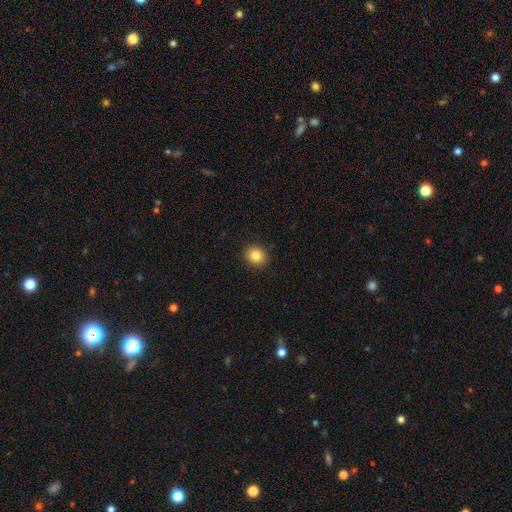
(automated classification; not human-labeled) This appears to be a smooth galaxy with no disk features (84%) that is round (82%). Merging: none (91%).